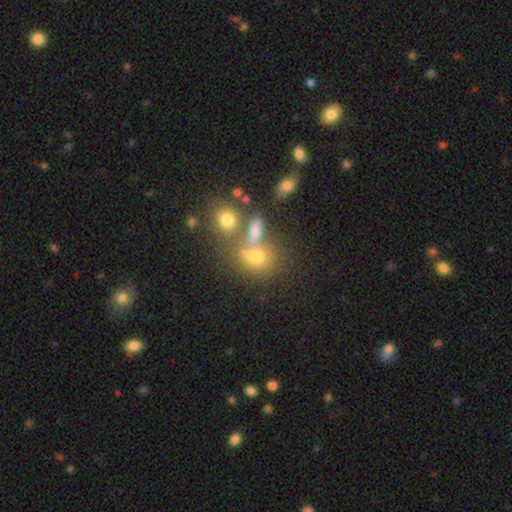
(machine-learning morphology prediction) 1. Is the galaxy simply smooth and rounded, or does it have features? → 66% smooth, 18% star or artifact, 15% featured or disk.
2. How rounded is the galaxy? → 58% round, 40% in between, 2% cigar-shaped.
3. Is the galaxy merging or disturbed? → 43% none, 38% merger, 12% minor disturbance, 7% major disturbance.